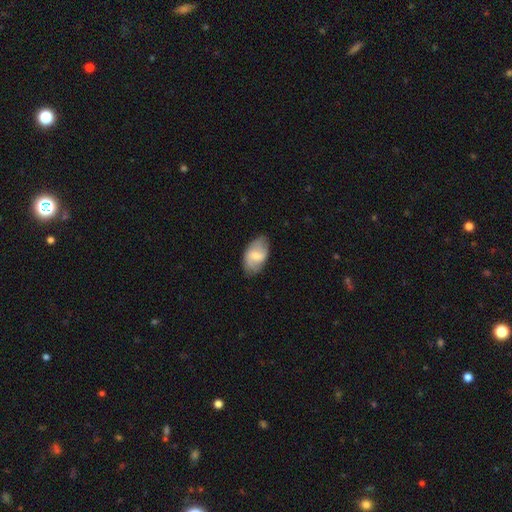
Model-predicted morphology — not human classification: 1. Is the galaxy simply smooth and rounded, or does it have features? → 48% featured or disk, 45% smooth, 6% star or artifact.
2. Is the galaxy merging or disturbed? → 76% none, 19% minor disturbance, 4% major disturbance, 1% merger.